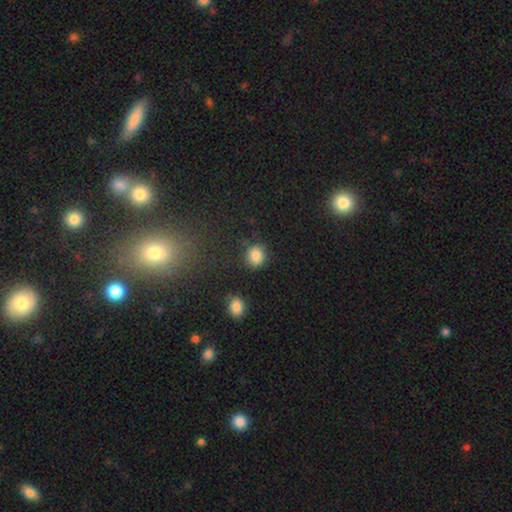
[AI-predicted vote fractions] Smooth or featured?
  - smooth: 85% *
  - star or artifact: 10%
  - featured or disk: 5%
How rounded?
  - round: 70% *
  - in between: 28%
  - cigar-shaped: 1%
Merging?
  - none: 76% *
  - minor disturbance: 16%
  - major disturbance: 4%
  - merger: 3%